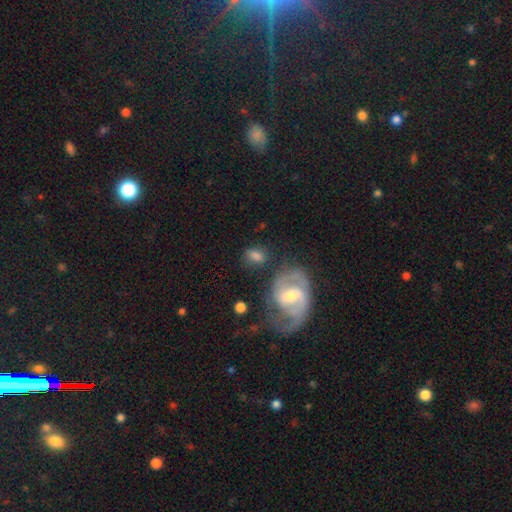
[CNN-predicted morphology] smooth_or_featured: smooth (p=0.63) [alt: featured or disk p=0.28]
how_rounded: in between (p=0.72) [alt: round p=0.25]
merging: none (p=0.64) [alt: minor disturbance p=0.19]